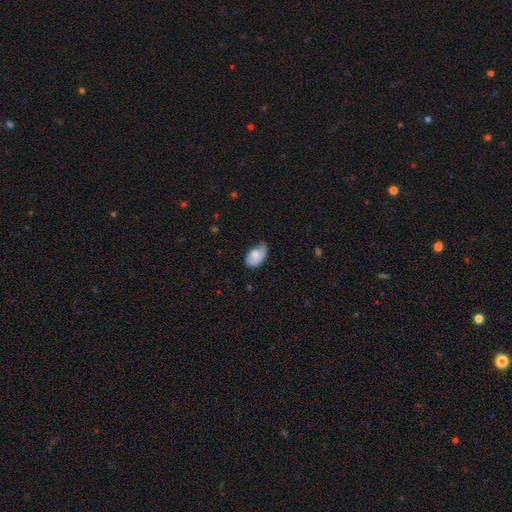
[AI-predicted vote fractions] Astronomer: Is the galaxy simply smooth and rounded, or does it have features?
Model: smooth — 68%.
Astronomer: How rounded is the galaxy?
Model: in between — 91%.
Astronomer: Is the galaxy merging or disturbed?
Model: minor disturbance — 42% (runner-up: none, 40%).